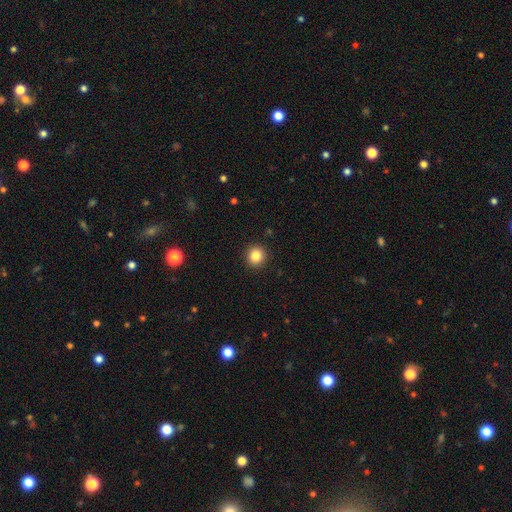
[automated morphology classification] type=smooth (84%); roundness=round (94%); merging=none (93%).